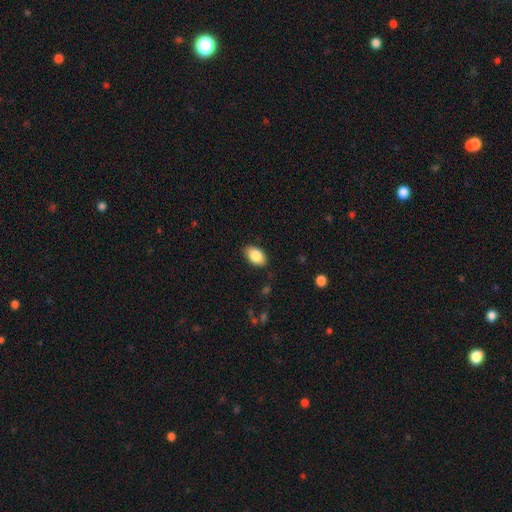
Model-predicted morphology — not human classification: smooth_or_featured: smooth (p=0.84) [alt: featured or disk p=0.09]
how_rounded: in between (p=0.91) [alt: round p=0.07]
merging: none (p=0.85) [alt: minor disturbance p=0.11]